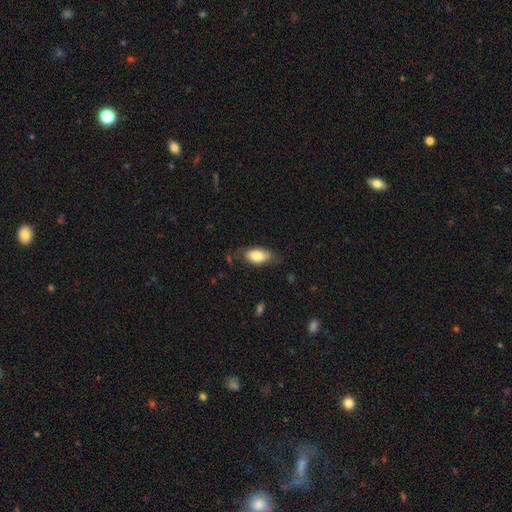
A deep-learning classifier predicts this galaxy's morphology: Q: Smooth or featured?
A: smooth (81%); runner-up: featured or disk (12%)
Q: How rounded?
A: in between (90%); runner-up: cigar-shaped (6%)
Q: Merging?
A: none (66%); runner-up: minor disturbance (25%)